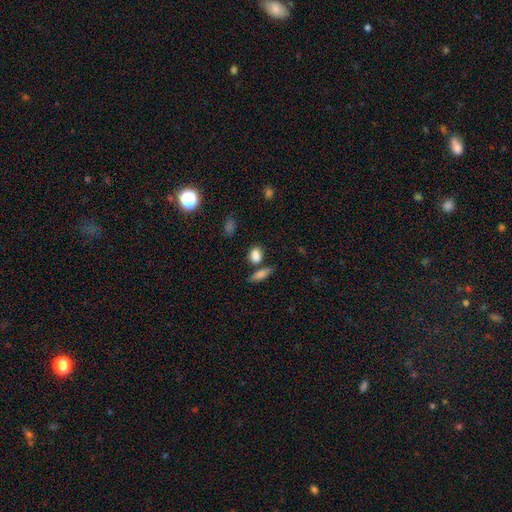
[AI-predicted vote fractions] This appears to be a smooth galaxy with no disk features (84%) that is in between round and cigar-shaped (67%). Merging: none (67%).